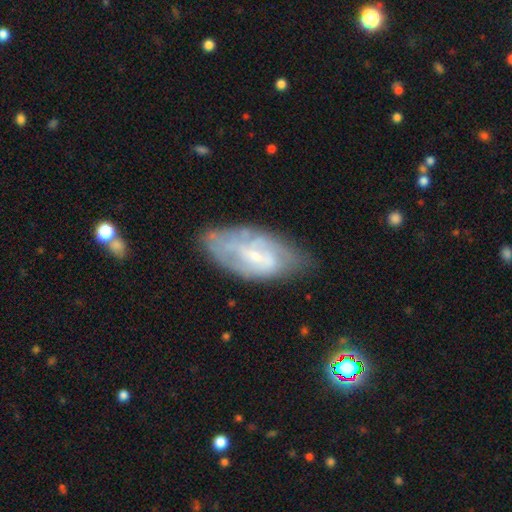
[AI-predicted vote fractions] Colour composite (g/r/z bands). It shows a featured or disk galaxy (65%) with a weak bar (47%), spiral arms (68%) and a small central bulge (69%). Merging: none (61%).